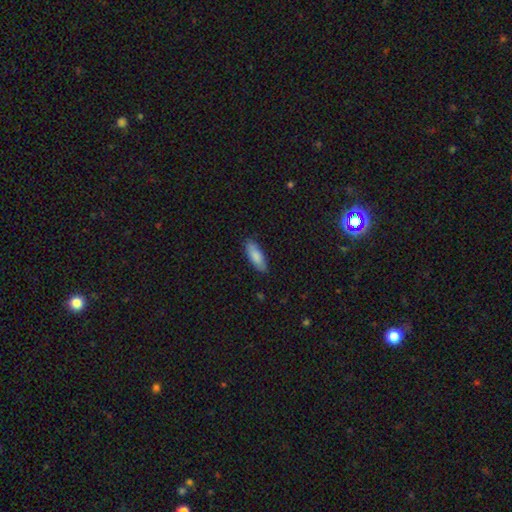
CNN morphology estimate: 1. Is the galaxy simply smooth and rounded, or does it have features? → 85% smooth, 9% featured or disk, 6% star or artifact.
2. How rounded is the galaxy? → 65% in between, 33% cigar-shaped, 2% round.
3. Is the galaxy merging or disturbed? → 85% none, 12% minor disturbance, 2% major disturbance, 1% merger.